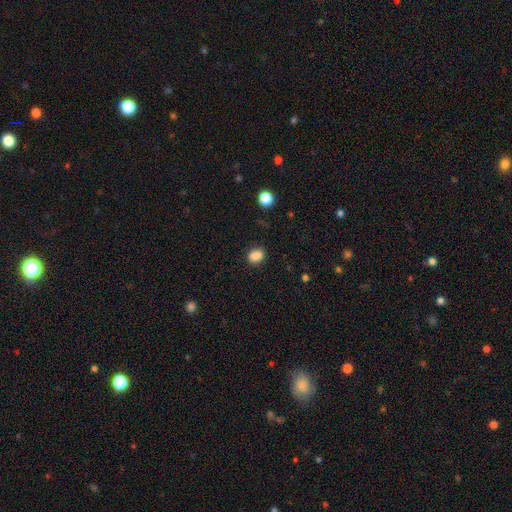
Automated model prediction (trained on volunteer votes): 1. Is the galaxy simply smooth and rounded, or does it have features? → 86% smooth, 10% star or artifact, 4% featured or disk.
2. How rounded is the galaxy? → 55% in between, 44% round, 1% cigar-shaped.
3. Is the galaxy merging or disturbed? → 83% none, 12% minor disturbance, 3% major disturbance, 2% merger.